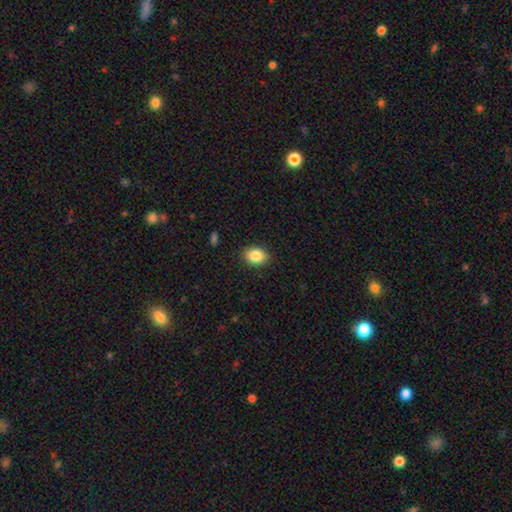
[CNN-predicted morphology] This appears to be a smooth galaxy with no disk features (86%) that is in between round and cigar-shaped (73%). Merging: none (88%).